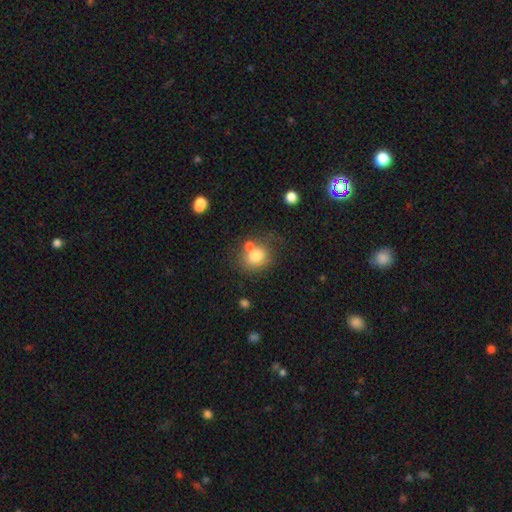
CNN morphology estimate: Smooth or featured?
  - smooth: 76% *
  - featured or disk: 13%
  - star or artifact: 10%
How rounded?
  - round: 59% *
  - in between: 40%
  - cigar-shaped: 1%
Merging?
  - none: 51% *
  - merger: 24%
  - minor disturbance: 17%
  - major disturbance: 8%